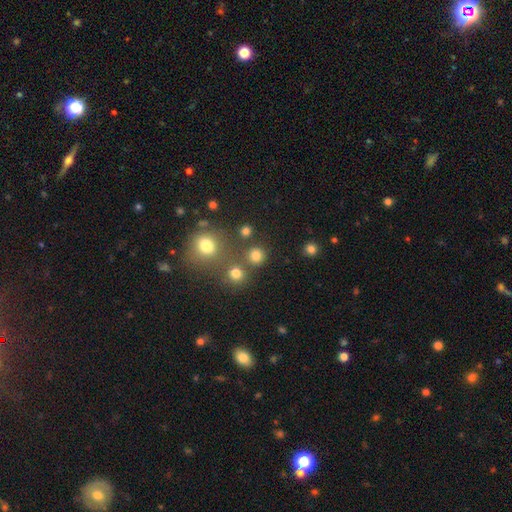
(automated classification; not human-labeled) smooth_or_featured: smooth (p=0.78) [alt: star or artifact p=0.16]
how_rounded: round (p=0.92) [alt: in between p=0.07]
merging: none (p=0.78) [alt: merger p=0.12]